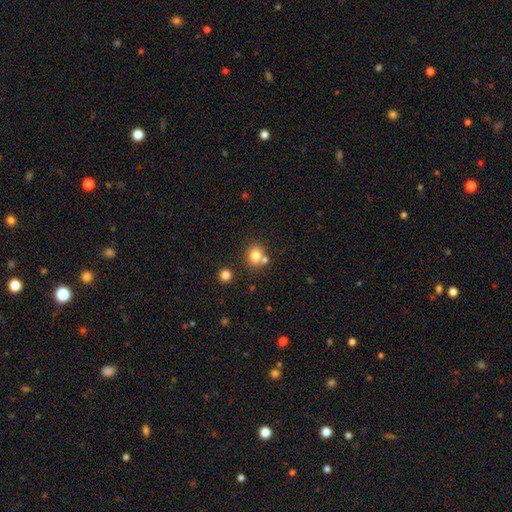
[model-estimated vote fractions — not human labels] Overall: smooth (79%). How rounded: round (71%). Merging: none (66%).